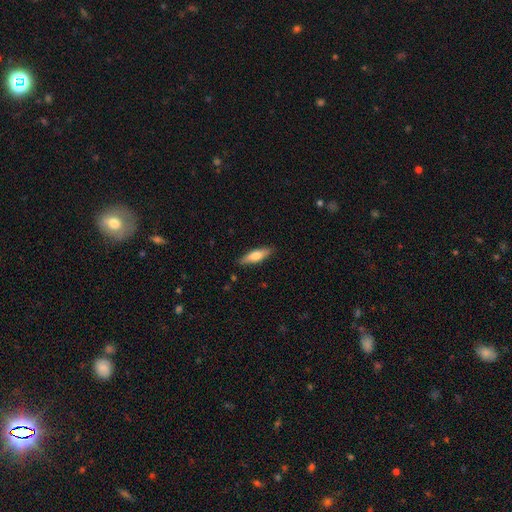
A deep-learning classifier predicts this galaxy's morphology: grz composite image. It shows a smooth galaxy with no disk features (65%) that is cigar-shaped (58%). Merging: none (86%).